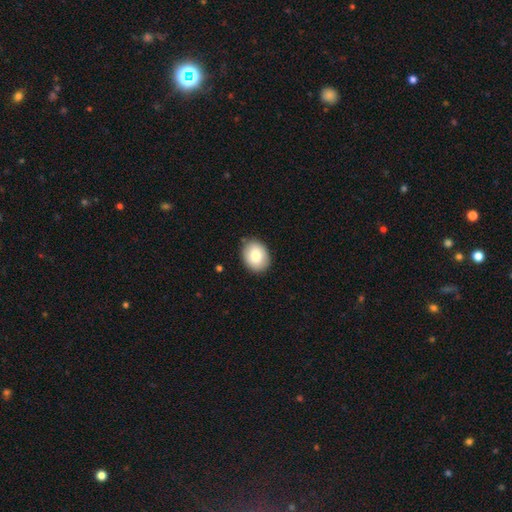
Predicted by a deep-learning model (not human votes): Overall: smooth (83%). How rounded: in between (65%; round 34%). Merging: none (85%).